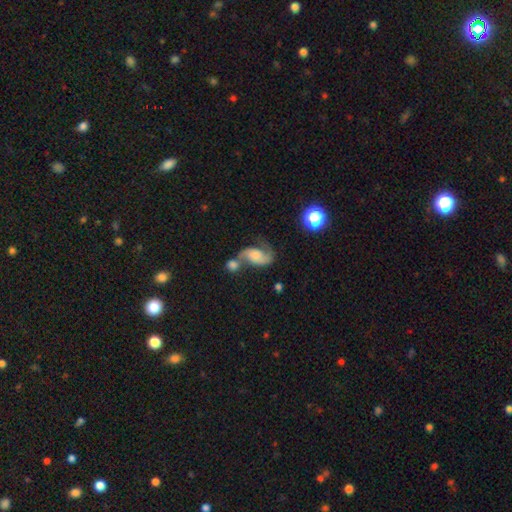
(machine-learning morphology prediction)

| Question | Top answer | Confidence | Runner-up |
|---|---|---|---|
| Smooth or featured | featured or disk | 69% | smooth (22%) |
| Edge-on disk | no | 96% | yes (4%) |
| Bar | no | 63% | weak (29%) |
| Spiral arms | yes | 91% | no (9%) |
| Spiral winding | loose | 60% | medium (31%) |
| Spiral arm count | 2 | 87% | 1 (6%) |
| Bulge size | none | 33% | moderate (23%) |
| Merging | merger | 46% | none (26%) |